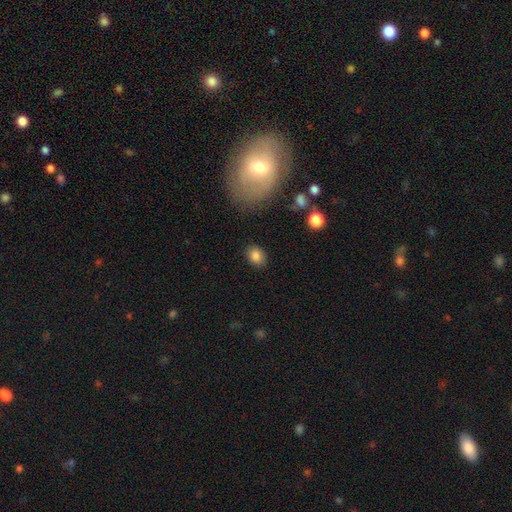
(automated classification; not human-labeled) A smooth galaxy with no disk features (85%) that is in between round and cigar-shaped (65%).

Vote fractions:
- Smooth or featured? smooth: 85% / star or artifact: 10% / featured or disk: 6%
- How rounded? in between: 65% / round: 34% / cigar-shaped: 1%
- Merging? none: 85% / minor disturbance: 11% / major disturbance: 3% / merger: 2%